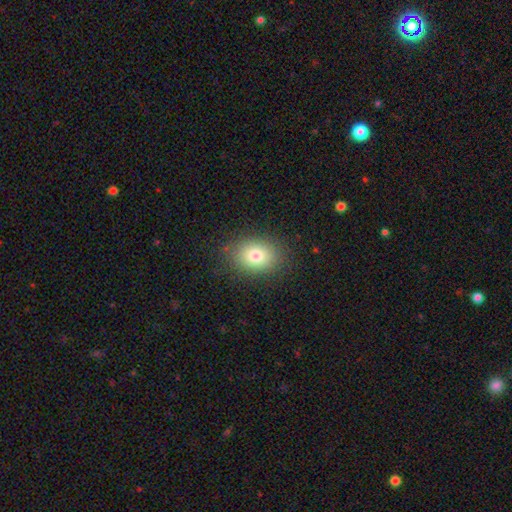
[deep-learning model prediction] smooth 80%, star or artifact 11%, featured or disk 9%. Down the decision tree: how rounded — in between (68%); merging — none (86%).